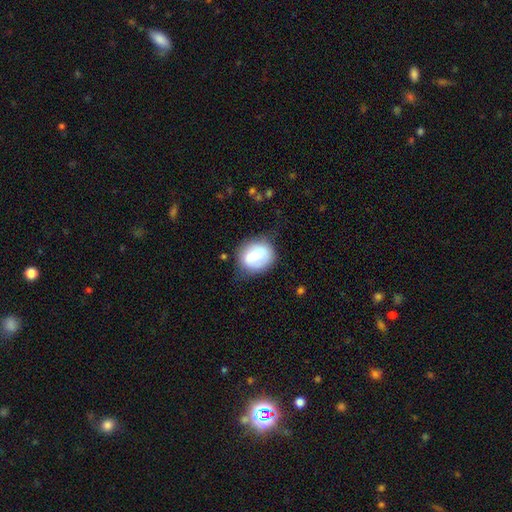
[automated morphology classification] Overall: smooth (65%; featured or disk 27%). How rounded: in between (50%; round 48%). Merging: none (64%).